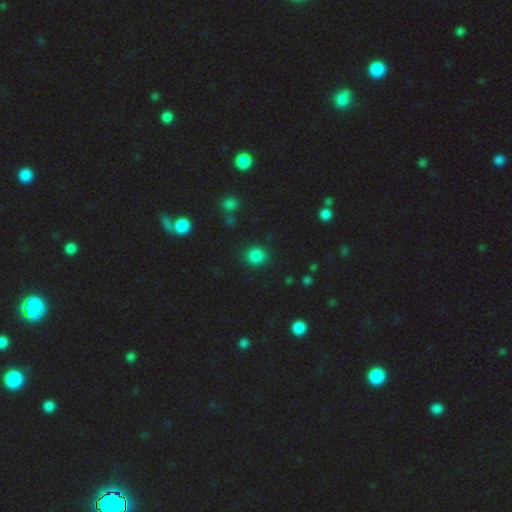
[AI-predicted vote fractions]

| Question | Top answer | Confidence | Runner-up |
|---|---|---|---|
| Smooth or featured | smooth | 80% | star or artifact (15%) |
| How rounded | round | 79% | in between (20%) |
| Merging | none | 87% | minor disturbance (8%) |